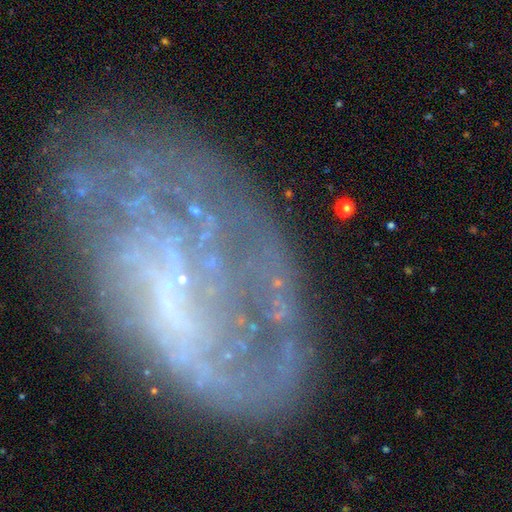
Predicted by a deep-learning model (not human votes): This is likely a featured or disk galaxy (68%). It is clearly not viewed edge-on (92%). Bar: possibly no (57%). Spiral arm pattern: likely yes (62%). Central bulge: marginally small (41%). Merging: likely none (64%).